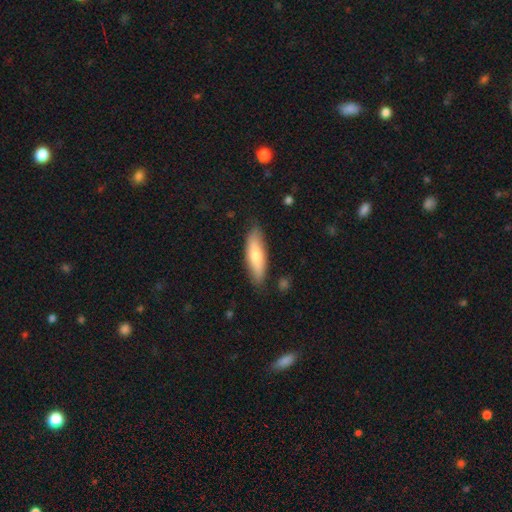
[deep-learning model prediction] Q: Smooth or featured?
A: smooth (68%); runner-up: featured or disk (26%)
Q: How rounded?
A: cigar-shaped (60%); runner-up: in between (39%)
Q: Merging?
A: none (84%); runner-up: minor disturbance (12%)